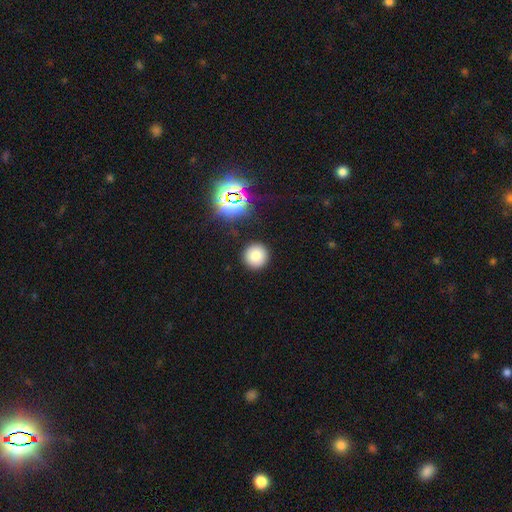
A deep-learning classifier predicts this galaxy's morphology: The model was most divided on "smooth or featured": smooth: 74%, star or artifact: 16%, featured or disk: 9%. More confident: how rounded — round (96%); merging — none (90%).